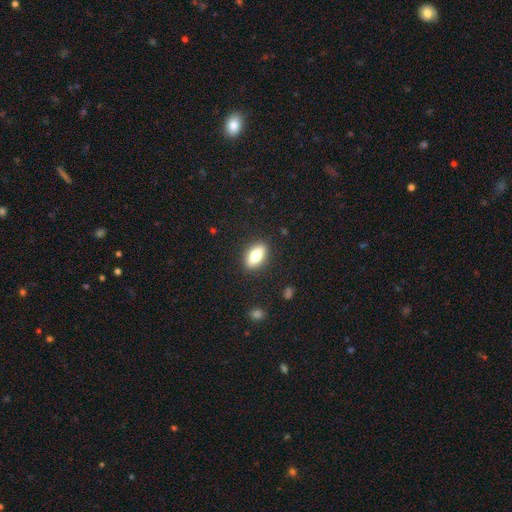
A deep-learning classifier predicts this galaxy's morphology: Smooth or featured?
  - smooth: 74% *
  - featured or disk: 18%
  - star or artifact: 8%
How rounded?
  - in between: 82% *
  - cigar-shaped: 11%
  - round: 7%
Merging?
  - none: 87% *
  - minor disturbance: 9%
  - major disturbance: 3%
  - merger: 1%